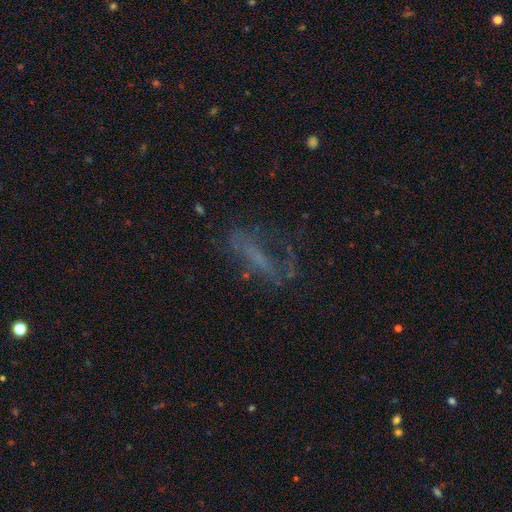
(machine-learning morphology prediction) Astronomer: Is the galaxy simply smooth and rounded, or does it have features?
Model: featured or disk — 47% (runner-up: smooth, 29%).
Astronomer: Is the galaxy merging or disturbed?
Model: none — 45% (runner-up: major disturbance, 31%).